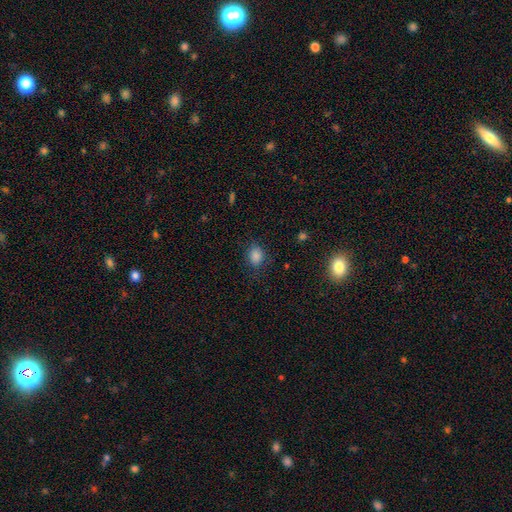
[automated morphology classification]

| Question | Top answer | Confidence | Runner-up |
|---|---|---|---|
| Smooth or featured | smooth | 84% | star or artifact (12%) |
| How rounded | round | 55% | in between (44%) |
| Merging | none | 82% | minor disturbance (13%) |